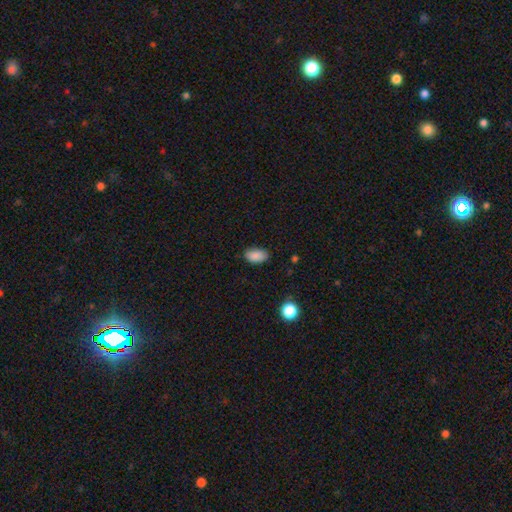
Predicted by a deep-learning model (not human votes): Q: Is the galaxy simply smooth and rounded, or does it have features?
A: smooth — 88%.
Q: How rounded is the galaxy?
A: in between — 91%.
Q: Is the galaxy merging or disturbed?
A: none — 81%.